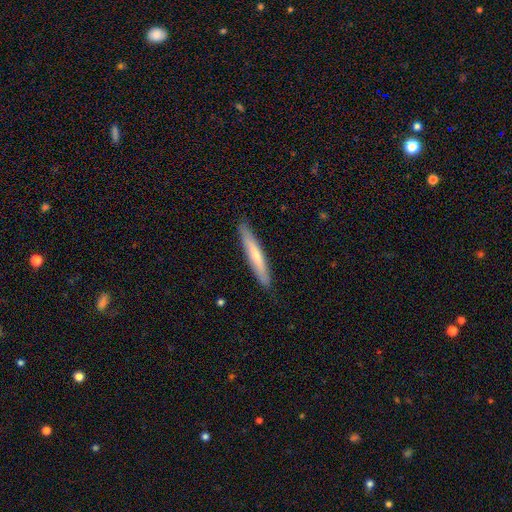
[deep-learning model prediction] A smooth galaxy with no disk features (59%) that is cigar-shaped (94%).

Vote fractions:
- Smooth or featured? smooth: 59% / featured or disk: 36% / star or artifact: 5%
- How rounded? cigar-shaped: 94% / in between: 5% / round: 1%
- Merging? none: 89% / minor disturbance: 8% / major disturbance: 1% / merger: 1%